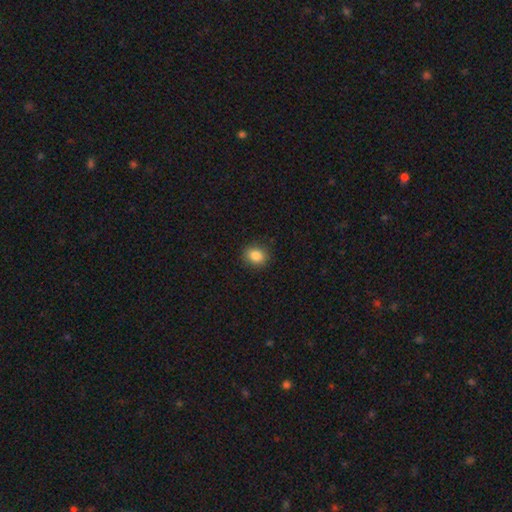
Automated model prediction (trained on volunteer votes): This appears to be a smooth galaxy with no disk features (86%) that is round (62%). Merging: none (89%).